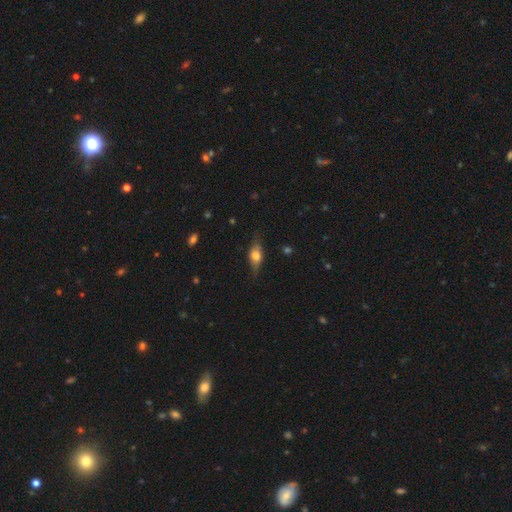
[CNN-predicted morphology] This is possibly a smooth galaxy (49%). Merging: likely none (77%).